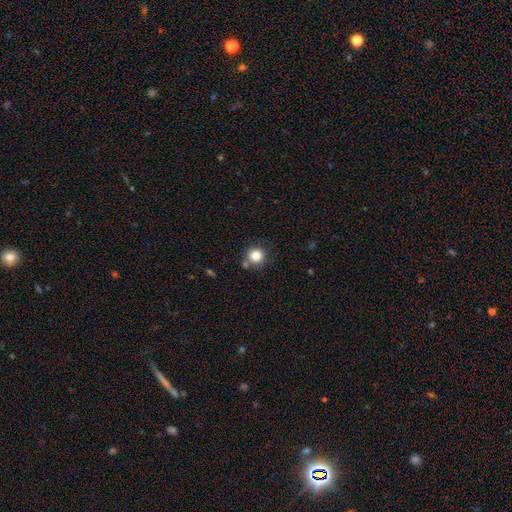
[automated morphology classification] smooth-or-featured: smooth: 84% | star or artifact: 11% | featured or disk: 5%
  how-rounded: round: 92% | in between: 7% | cigar-shaped: 1%
  merging: none: 74% | merger: 12% | minor disturbance: 11% | major disturbance: 3%